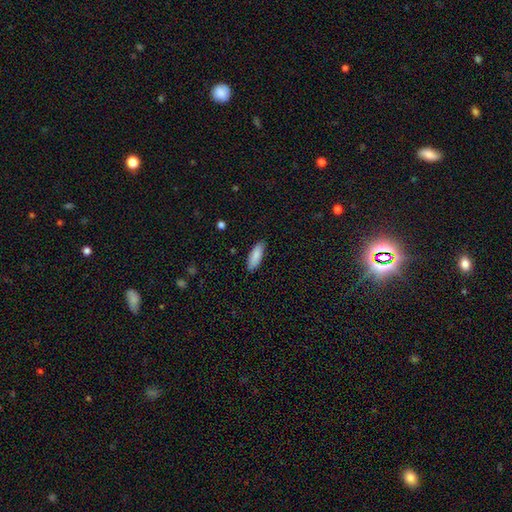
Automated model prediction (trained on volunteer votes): Overall: smooth (89%). How rounded: in between (65%; cigar-shaped 34%). Merging: none (87%).